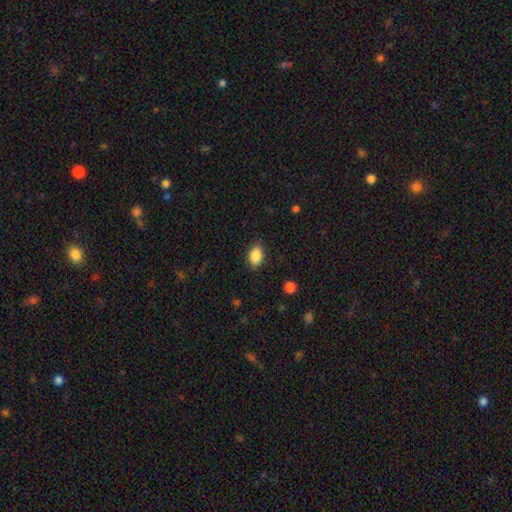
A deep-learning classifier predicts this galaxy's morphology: The model was most divided on "how rounded": in between: 80%, round: 18%, cigar-shaped: 1%. More confident: smooth or featured — smooth (87%); merging — none (84%).